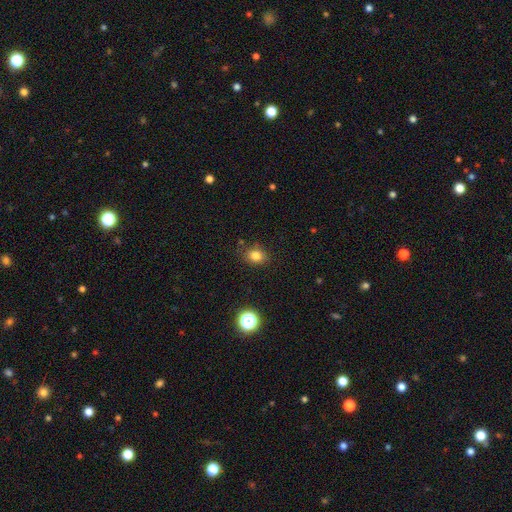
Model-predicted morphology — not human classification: Smooth or featured? Predicted: smooth (p=0.80). How rounded? Predicted: round (p=0.51). Merging? Predicted: none (p=0.82).